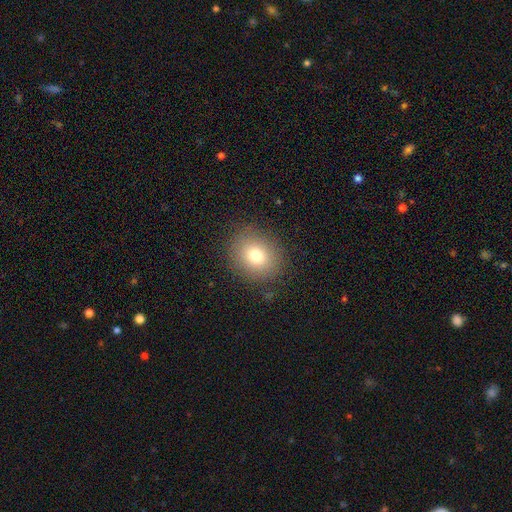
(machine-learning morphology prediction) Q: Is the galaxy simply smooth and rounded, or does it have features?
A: smooth — 77%.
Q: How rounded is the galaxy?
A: round — 65%.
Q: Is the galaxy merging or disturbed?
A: none — 87%.